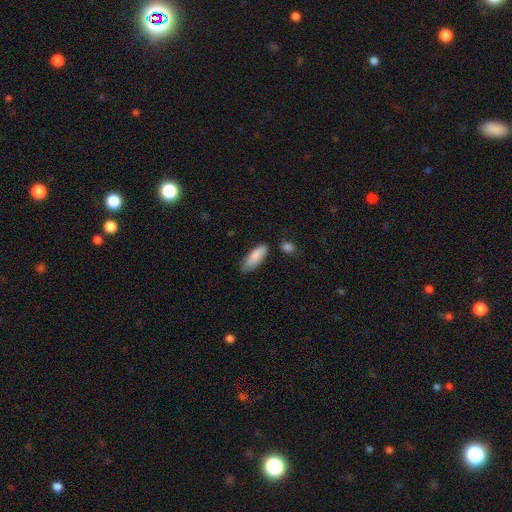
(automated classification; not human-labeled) Smooth or featured? Predicted: smooth (p=0.86). How rounded? Predicted: in between (p=0.66). Merging? Predicted: none (p=0.71).